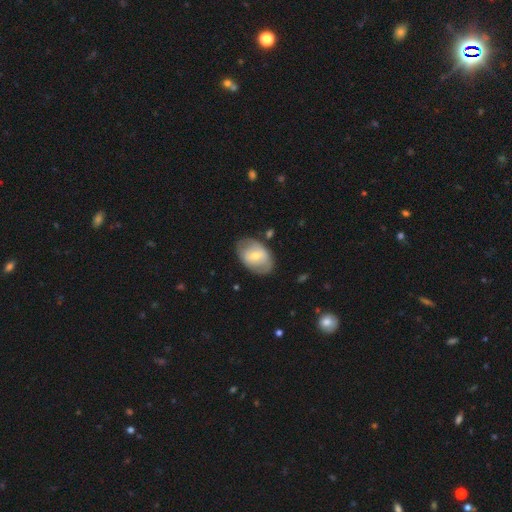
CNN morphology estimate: type=featured or disk (48%); merging=none (73%).